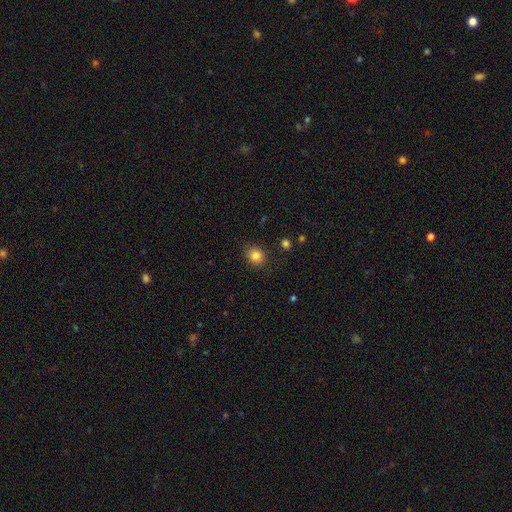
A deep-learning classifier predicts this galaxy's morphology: Smooth or featured? Predicted: smooth (p=0.83). How rounded? Predicted: round (p=0.68). Merging? Predicted: none (p=0.85).